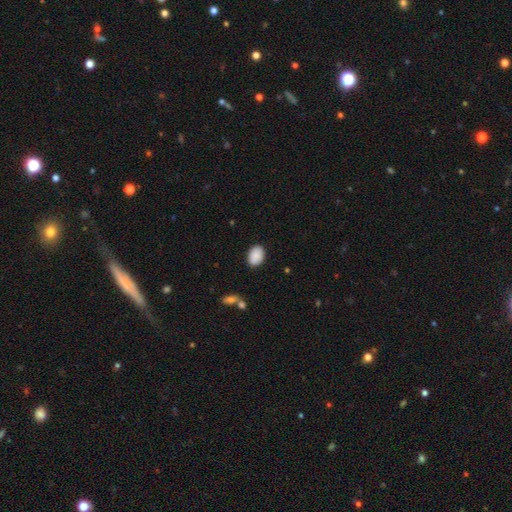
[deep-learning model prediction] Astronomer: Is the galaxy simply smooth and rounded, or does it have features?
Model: smooth — 89%.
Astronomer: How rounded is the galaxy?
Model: in between — 84%.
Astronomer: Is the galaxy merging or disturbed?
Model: none — 86%.